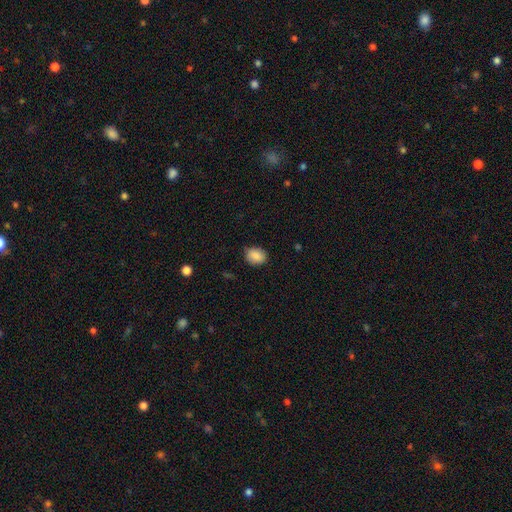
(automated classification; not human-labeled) A smooth galaxy with no disk features (87%) that is in between round and cigar-shaped (54%).

Vote fractions:
- Smooth or featured? smooth: 87% / star or artifact: 8% / featured or disk: 6%
- How rounded? in between: 54% / round: 45% / cigar-shaped: 1%
- Merging? none: 83% / minor disturbance: 13% / major disturbance: 3% / merger: 1%